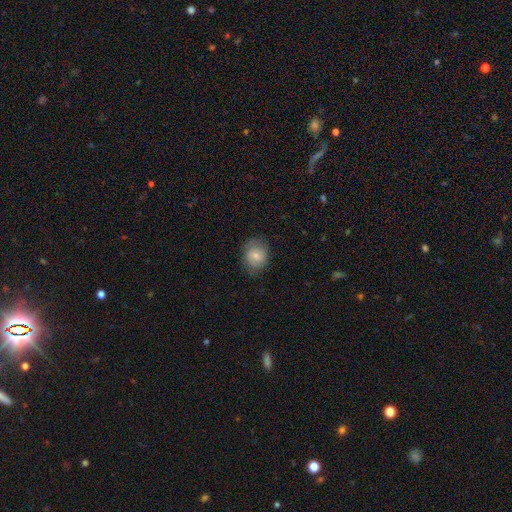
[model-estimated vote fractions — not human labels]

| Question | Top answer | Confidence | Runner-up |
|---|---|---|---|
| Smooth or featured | smooth | 72% | featured or disk (20%) |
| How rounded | round | 61% | in between (38%) |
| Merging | none | 77% | minor disturbance (17%) |